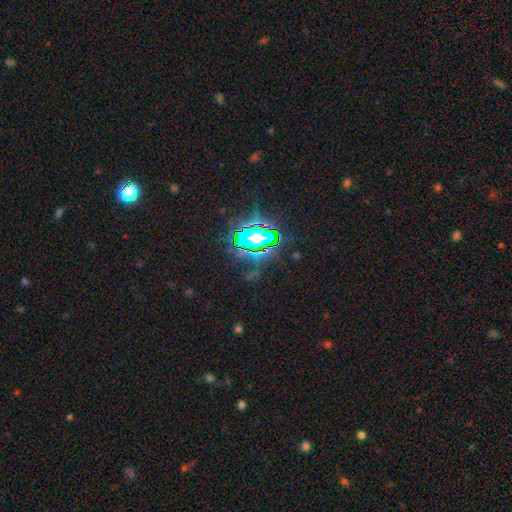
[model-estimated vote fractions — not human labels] This is clearly a star or artifact rather than a galaxy (81%).